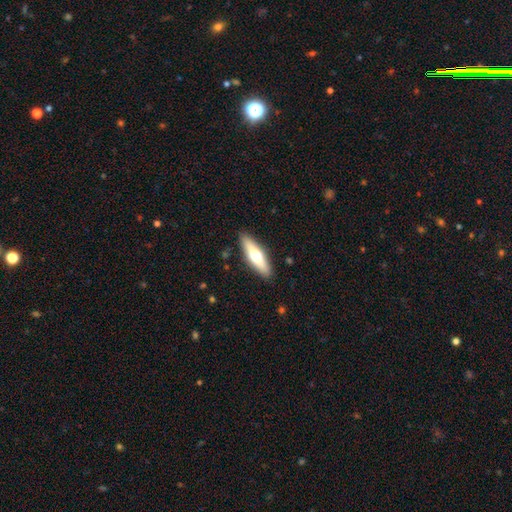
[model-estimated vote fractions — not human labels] Overall: smooth (53%; featured or disk 41%). How rounded: cigar-shaped (59%; in between 38%). Merging: none (89%).